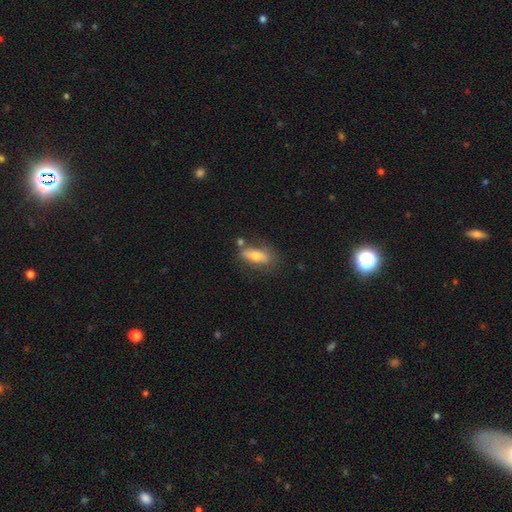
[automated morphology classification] Smooth or featured?
  - smooth: 61% *
  - featured or disk: 31%
  - star or artifact: 8%
How rounded?
  - in between: 70% *
  - cigar-shaped: 27%
  - round: 3%
Merging?
  - none: 61% *
  - minor disturbance: 20%
  - merger: 11%
  - major disturbance: 8%